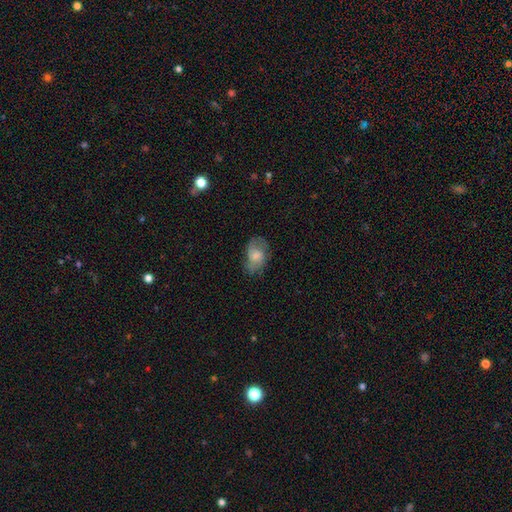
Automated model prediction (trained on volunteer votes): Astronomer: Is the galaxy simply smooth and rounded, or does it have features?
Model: smooth — 59%.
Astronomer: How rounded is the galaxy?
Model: in between — 85%.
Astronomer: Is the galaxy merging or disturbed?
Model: none — 57%.